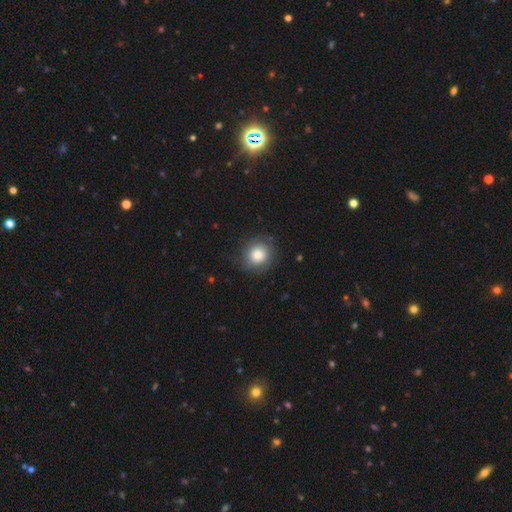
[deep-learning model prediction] smooth 71%, featured or disk 20%, star or artifact 9%. Down the decision tree: how rounded — round (87%); merging — none (75%).